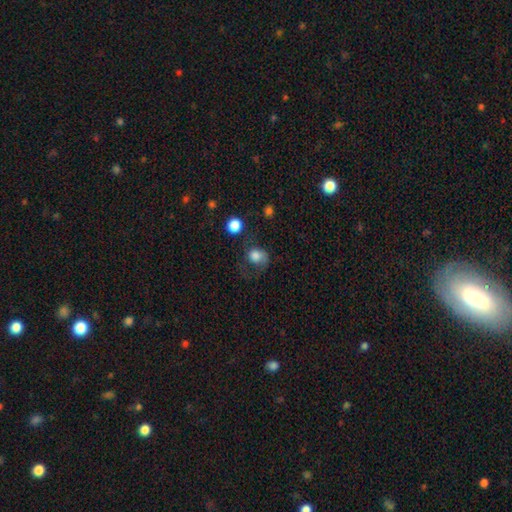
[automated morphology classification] smooth 74%, featured or disk 16%, star or artifact 10%. Down the decision tree: how rounded — round (64%); merging — major disturbance (37%).